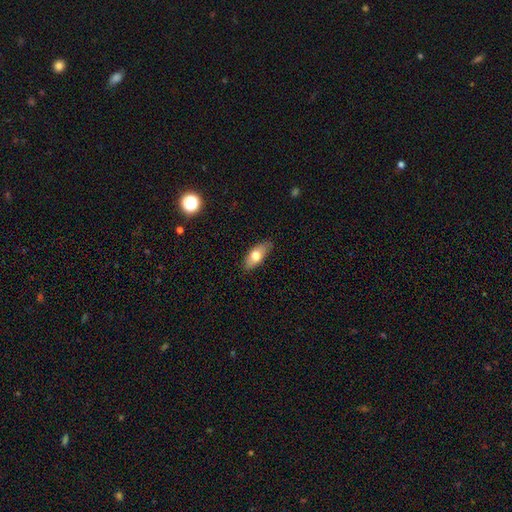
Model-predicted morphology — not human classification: This appears to be a smooth galaxy with no disk features (71%) that is in between round and cigar-shaped (83%). Merging: none (83%).